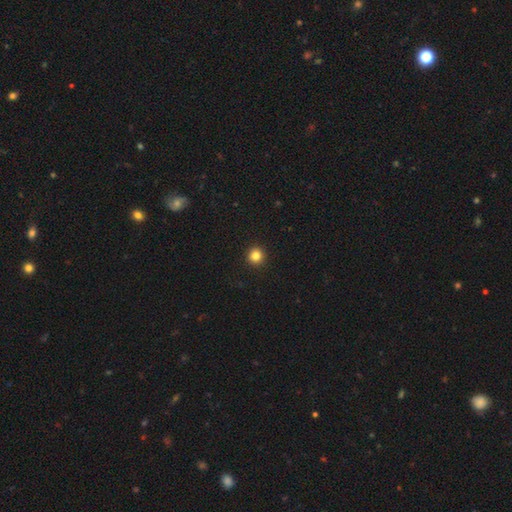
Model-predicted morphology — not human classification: A smooth galaxy with no disk features (83%) that is round (94%).

Vote fractions:
- Smooth or featured? smooth: 83% / star or artifact: 12% / featured or disk: 5%
- How rounded? round: 94% / in between: 5% / cigar-shaped: 1%
- Merging? none: 93% / minor disturbance: 4% / major disturbance: 1% / merger: 1%